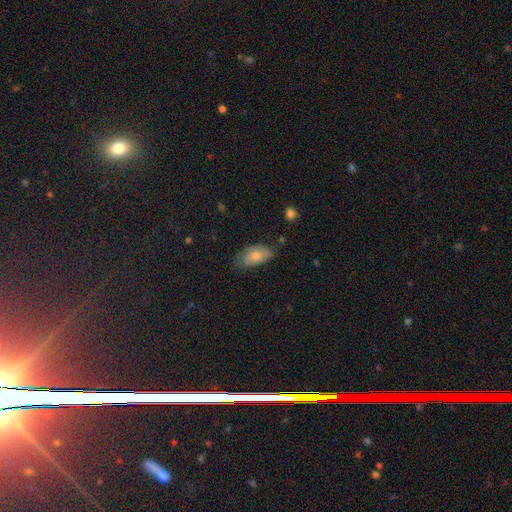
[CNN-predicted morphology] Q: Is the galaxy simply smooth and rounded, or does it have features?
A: smooth — 72%.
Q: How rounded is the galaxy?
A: in between — 92%.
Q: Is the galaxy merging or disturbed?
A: none — 55%.